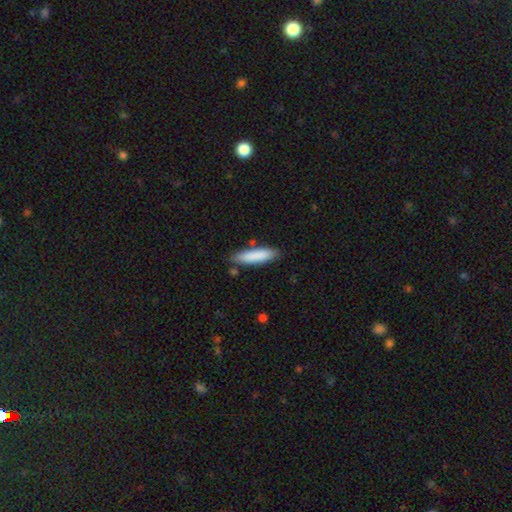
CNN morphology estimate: The model was most divided on "how rounded": cigar-shaped: 73%, in between: 26%, round: 1%. More confident: smooth or featured — smooth (85%); merging — none (80%).